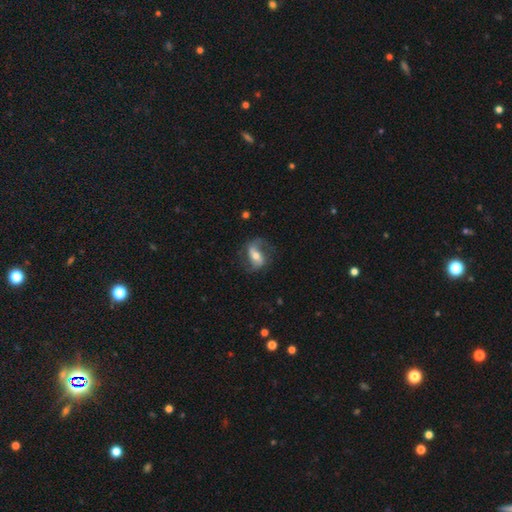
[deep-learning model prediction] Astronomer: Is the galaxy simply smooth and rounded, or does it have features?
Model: featured or disk — 72%.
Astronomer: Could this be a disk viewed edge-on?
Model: no — 94%.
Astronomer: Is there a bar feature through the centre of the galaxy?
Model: strong — 41% (runner-up: weak, 33%).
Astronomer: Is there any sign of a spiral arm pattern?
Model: yes — 89%.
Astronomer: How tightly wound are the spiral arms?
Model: loose — 54% (runner-up: medium, 35%).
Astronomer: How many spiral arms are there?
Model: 2 — 84%.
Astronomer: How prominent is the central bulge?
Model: moderate — 63%.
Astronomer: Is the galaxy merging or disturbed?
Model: none — 67%.